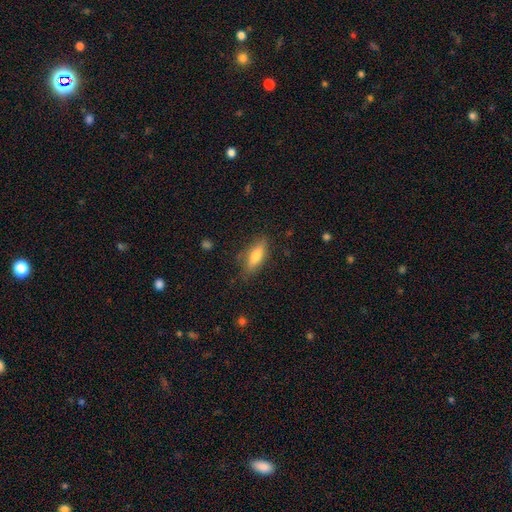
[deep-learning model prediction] smooth_or_featured: smooth (p=0.71) [alt: featured or disk p=0.22]
how_rounded: in between (p=0.60) [alt: cigar-shaped p=0.37]
merging: none (p=0.78) [alt: minor disturbance p=0.16]